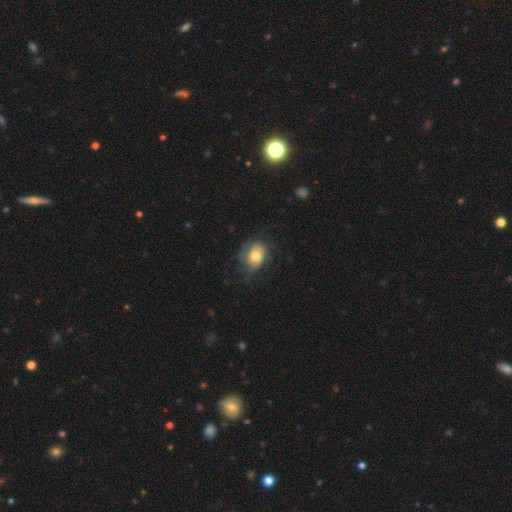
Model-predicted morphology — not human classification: smooth-or-featured: smooth: 59% | featured or disk: 32% | star or artifact: 9%
  how-rounded: in between: 52% | round: 47% | cigar-shaped: 1%
  merging: none: 55% | minor disturbance: 26% | major disturbance: 17% | merger: 1%